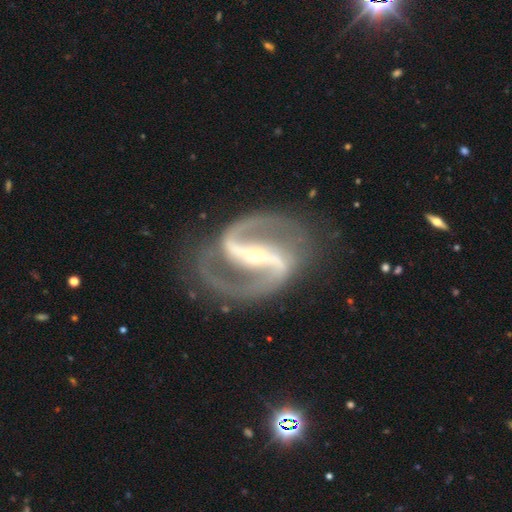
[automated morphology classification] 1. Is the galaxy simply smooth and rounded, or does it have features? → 93% featured or disk, 4% star or artifact, 2% smooth.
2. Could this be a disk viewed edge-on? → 98% no, 2% yes.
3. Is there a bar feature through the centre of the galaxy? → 76% strong, 15% weak, 9% no.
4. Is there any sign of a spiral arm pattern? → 98% yes, 2% no.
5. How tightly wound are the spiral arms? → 61% medium, 24% loose, 15% tight.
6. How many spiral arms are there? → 95% 2, 1% can't tell, 1% 3, 1% 1, 1% 4, 1% more than 4.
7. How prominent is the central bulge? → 79% small, 18% moderate, 1% large, 1% dominant, 1% none.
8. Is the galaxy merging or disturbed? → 81% none, 11% minor disturbance, 6% major disturbance, 2% merger.